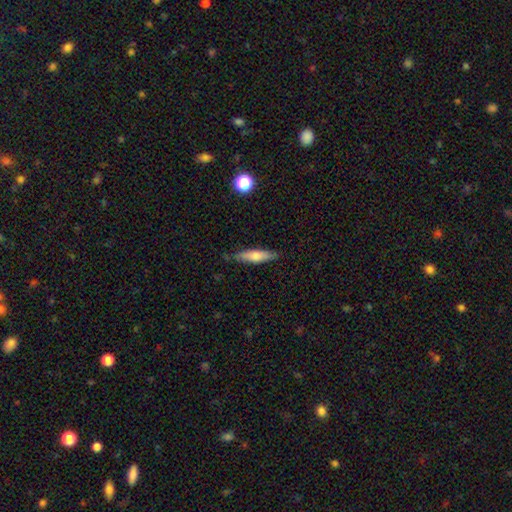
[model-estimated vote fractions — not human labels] This appears to be a smooth galaxy with no disk features (60%) that is cigar-shaped (78%). Merging: none (84%).